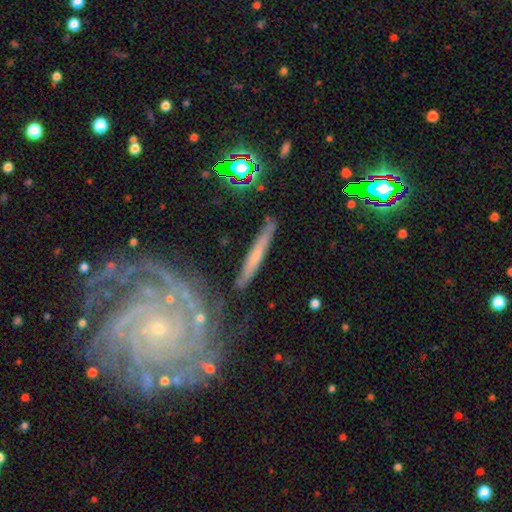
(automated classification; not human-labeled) smooth-or-featured: featured or disk: 52% | smooth: 40% | star or artifact: 8%
  disk-edge-on: yes: 82% | no: 18%
  merging: none: 81% | minor disturbance: 13% | merger: 3% | major disturbance: 3%